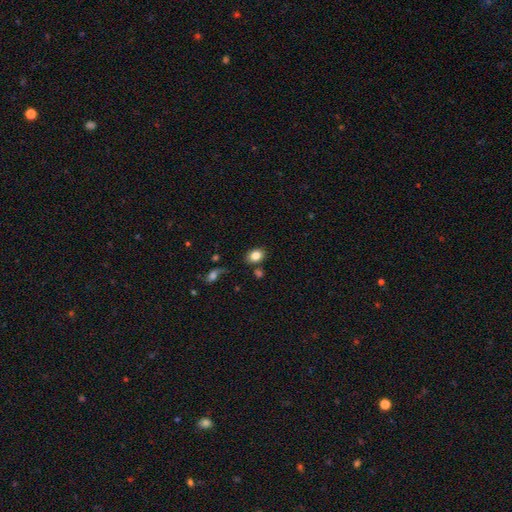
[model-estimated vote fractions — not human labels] smooth-or-featured: smooth: 84% | star or artifact: 9% | featured or disk: 7%
  how-rounded: in between: 69% | round: 30% | cigar-shaped: 1%
  merging: none: 78% | minor disturbance: 12% | merger: 6% | major disturbance: 4%